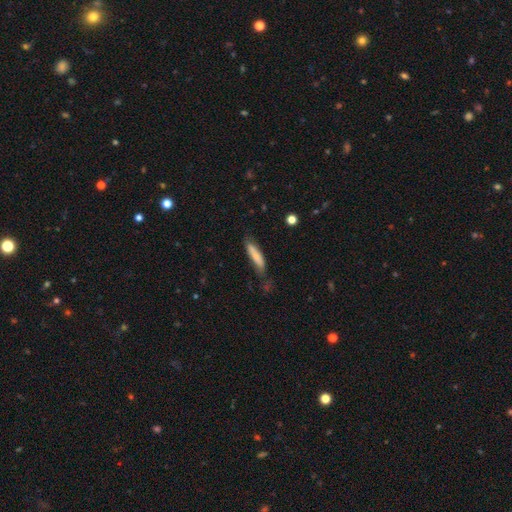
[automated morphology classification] smooth_or_featured: smooth (p=0.77) [alt: featured or disk p=0.16]
how_rounded: cigar-shaped (p=0.80) [alt: in between p=0.18]
merging: none (p=0.58) [alt: minor disturbance p=0.27]